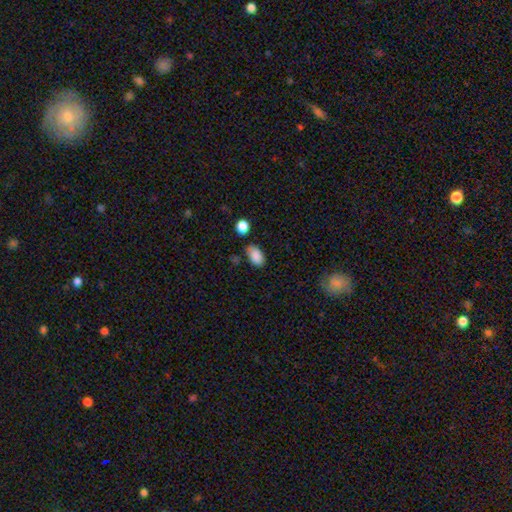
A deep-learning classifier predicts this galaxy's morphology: The model was most divided on "merging": none: 69%, minor disturbance: 21%, merger: 5%, major disturbance: 4%. More confident: how rounded — in between (91%); smooth or featured — smooth (87%).